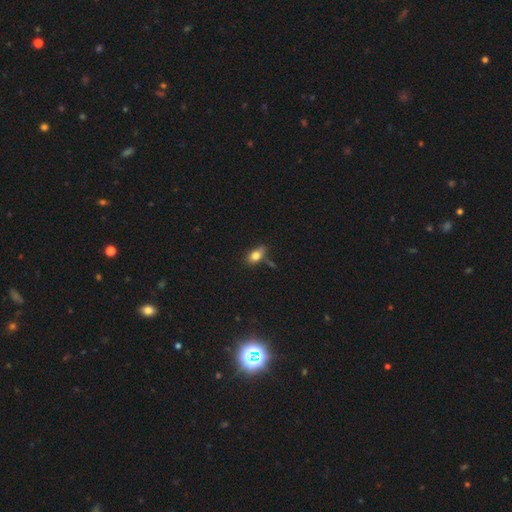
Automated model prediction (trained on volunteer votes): Q: Smooth or featured?
A: smooth (79%); runner-up: featured or disk (12%)
Q: How rounded?
A: in between (83%); runner-up: round (12%)
Q: Merging?
A: none (58%); runner-up: minor disturbance (26%)